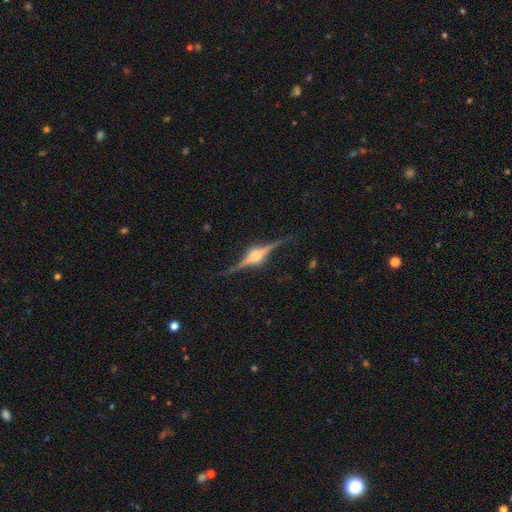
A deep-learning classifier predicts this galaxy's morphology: A featured or disk galaxy (90%) viewed edge-on (98%) with a rounded central bulge (93%).

Vote fractions:
- Smooth or featured? featured or disk: 90% / star or artifact: 5% / smooth: 5%
- Edge-on disk? yes: 98% / no: 2%
- Edge-on bulge? rounded: 93% / boxy: 6% / none: 1%
- Merging? none: 87% / minor disturbance: 9% / major disturbance: 3% / merger: 1%